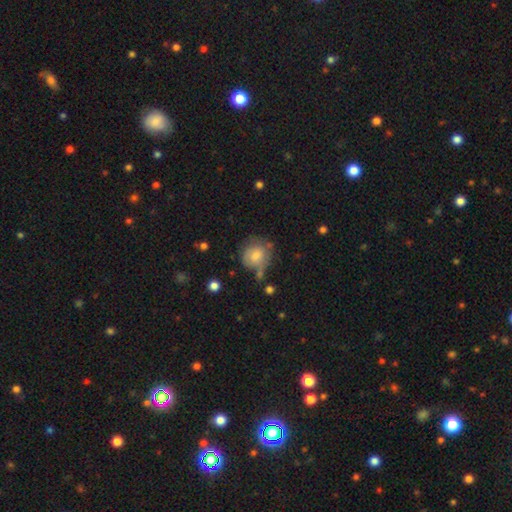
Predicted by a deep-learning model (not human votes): Smooth or featured? Predicted: smooth (p=0.74). How rounded? Predicted: round (p=0.83). Merging? Predicted: none (p=0.57).